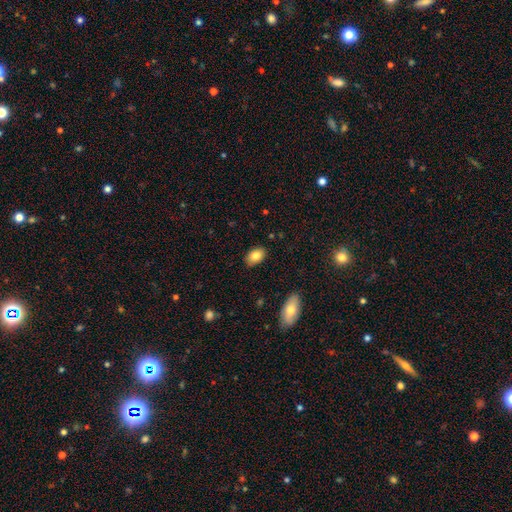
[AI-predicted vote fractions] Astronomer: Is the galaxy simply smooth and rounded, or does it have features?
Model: smooth — 82%.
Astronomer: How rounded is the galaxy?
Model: in between — 89%.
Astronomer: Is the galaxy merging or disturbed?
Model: none — 86%.